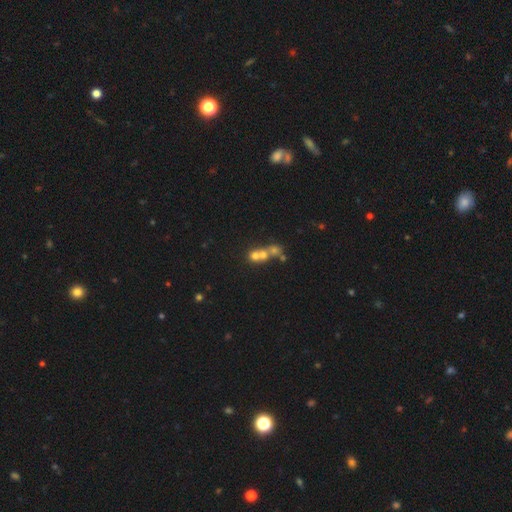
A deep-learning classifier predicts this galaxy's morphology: type=smooth (57%); roundness=round (80%); merging=merger (61%).